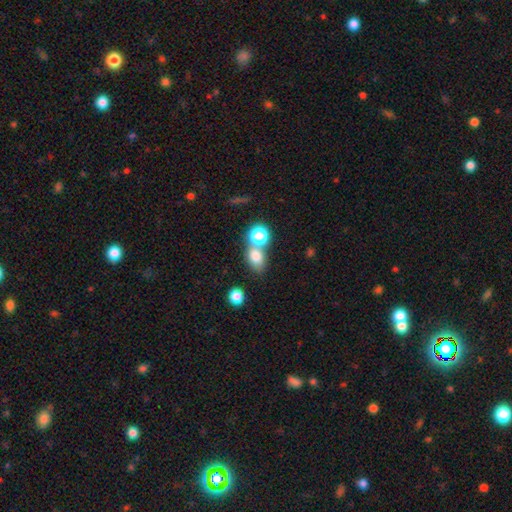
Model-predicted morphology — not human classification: Smooth or featured?
  - smooth: 75% *
  - star or artifact: 15%
  - featured or disk: 10%
How rounded?
  - in between: 62% *
  - round: 36%
  - cigar-shaped: 2%
Merging?
  - none: 50% *
  - merger: 36%
  - minor disturbance: 10%
  - major disturbance: 4%